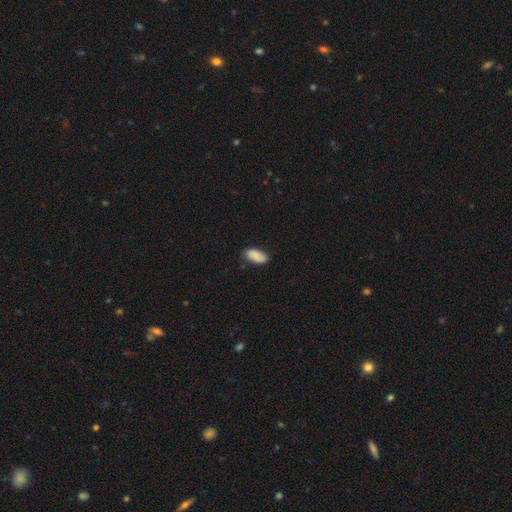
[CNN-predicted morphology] This appears to be a smooth galaxy with no disk features (86%) that is in between round and cigar-shaped (91%). Merging: none (76%).